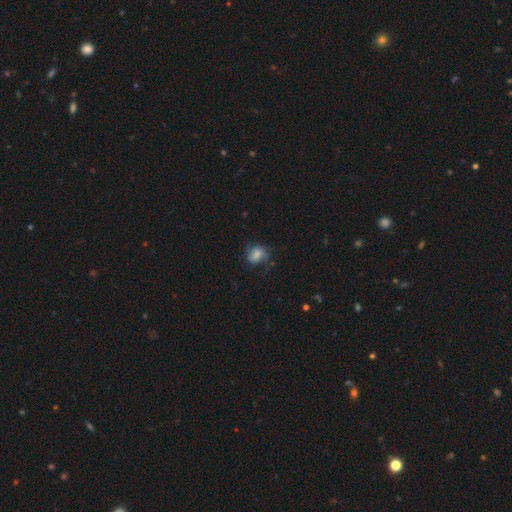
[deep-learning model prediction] Smooth or featured? Predicted: smooth (p=0.62). How rounded? Predicted: in between (p=0.58). Merging? Predicted: none (p=0.52).